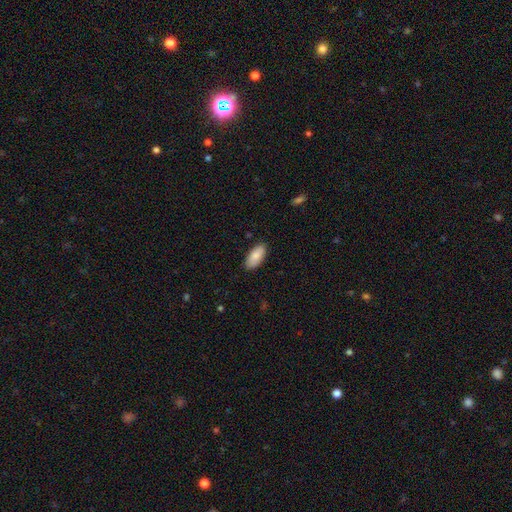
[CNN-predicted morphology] smooth 85%, featured or disk 9%, star or artifact 6%. Down the decision tree: how rounded — in between (91%); merging — none (87%).